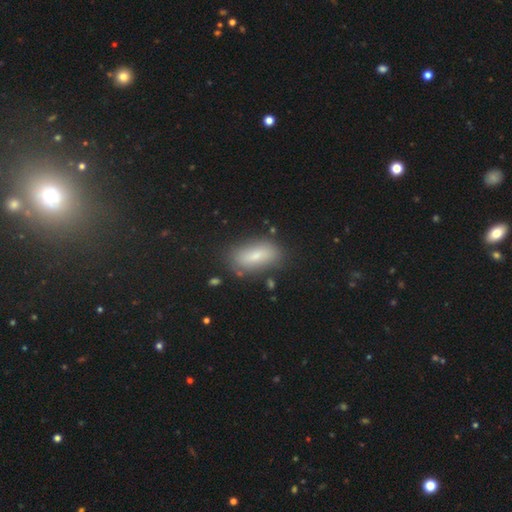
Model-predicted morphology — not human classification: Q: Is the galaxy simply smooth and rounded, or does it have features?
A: smooth — 76%.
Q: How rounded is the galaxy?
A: in between — 86%.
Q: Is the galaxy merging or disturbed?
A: none — 78%.